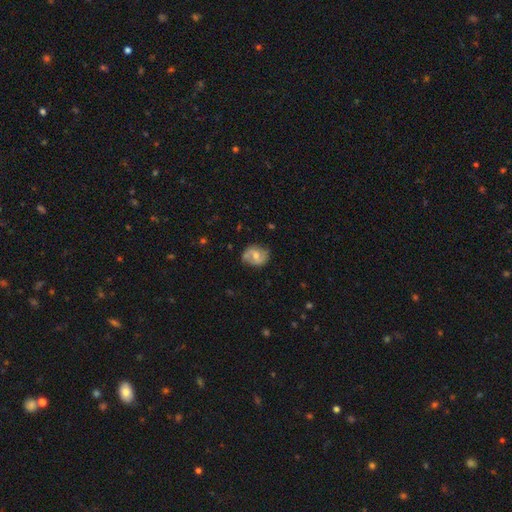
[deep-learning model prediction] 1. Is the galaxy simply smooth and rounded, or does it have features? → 68% featured or disk, 25% smooth, 7% star or artifact.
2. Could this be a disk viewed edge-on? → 97% no, 3% yes.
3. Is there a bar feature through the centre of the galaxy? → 48% weak, 38% no, 14% strong.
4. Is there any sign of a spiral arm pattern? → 88% yes, 12% no.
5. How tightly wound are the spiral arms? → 48% medium, 28% loose, 24% tight.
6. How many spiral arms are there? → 86% 2, 8% can't tell, 3% 1, 1% 3, 1% 4, 1% more than 4.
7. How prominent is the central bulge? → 62% moderate, 28% small, 5% large, 4% none, 1% dominant.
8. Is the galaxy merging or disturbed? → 73% none, 19% minor disturbance, 6% major disturbance, 2% merger.